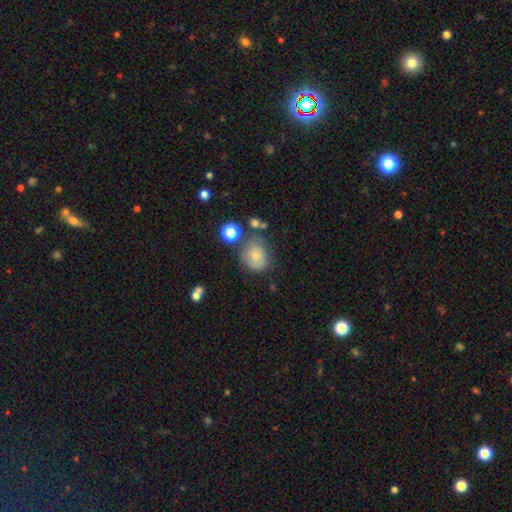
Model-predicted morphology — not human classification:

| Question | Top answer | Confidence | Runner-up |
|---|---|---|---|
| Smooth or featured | smooth | 73% | featured or disk (16%) |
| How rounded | round | 63% | in between (36%) |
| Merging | none | 55% | minor disturbance (26%) |